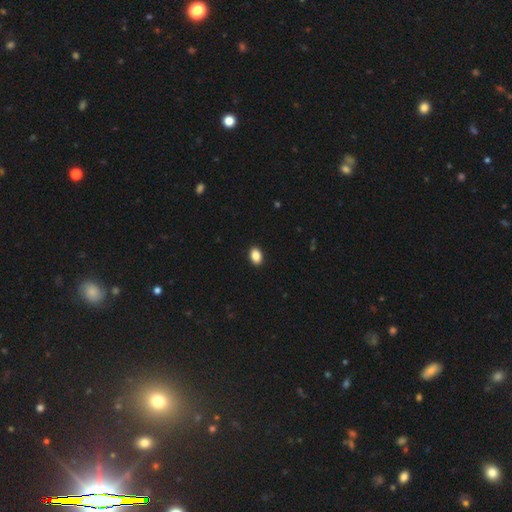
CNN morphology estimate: A smooth galaxy with no disk features (88%) that is in between round and cigar-shaped (82%).

Vote fractions:
- Smooth or featured? smooth: 88% / star or artifact: 8% / featured or disk: 4%
- How rounded? in between: 82% / round: 17% / cigar-shaped: 1%
- Merging? none: 91% / minor disturbance: 6% / major disturbance: 2% / merger: 1%